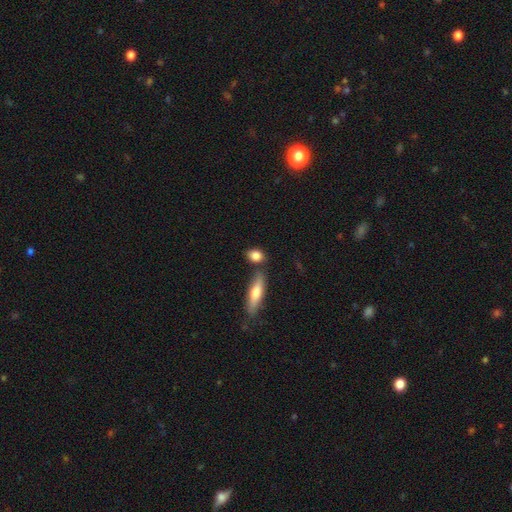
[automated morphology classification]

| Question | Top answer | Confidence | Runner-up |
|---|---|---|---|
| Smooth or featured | smooth | 83% | featured or disk (10%) |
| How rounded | in between | 62% | round (28%) |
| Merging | none | 65% | merger (18%) |